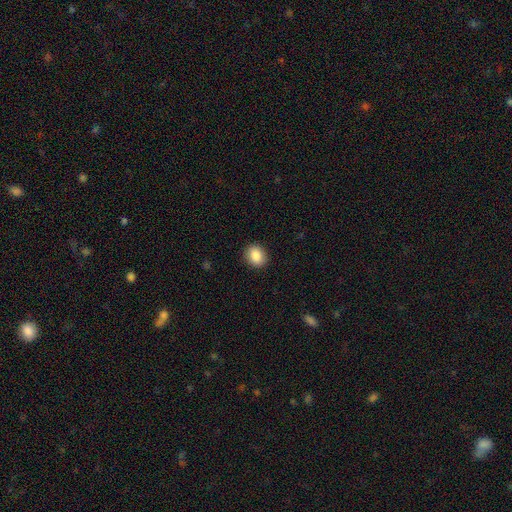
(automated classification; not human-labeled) Smooth or featured?
  - smooth: 87% *
  - star or artifact: 8%
  - featured or disk: 5%
How rounded?
  - round: 54% *
  - in between: 45%
  - cigar-shaped: 1%
Merging?
  - none: 89% *
  - minor disturbance: 8%
  - major disturbance: 2%
  - merger: 1%